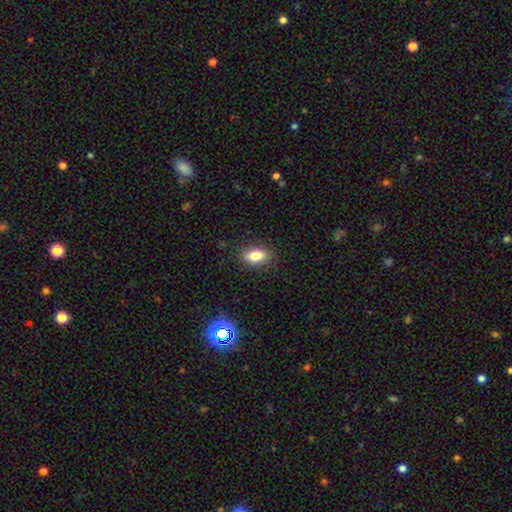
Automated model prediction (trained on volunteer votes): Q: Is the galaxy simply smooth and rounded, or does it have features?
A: smooth — 82%.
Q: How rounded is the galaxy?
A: in between — 86%.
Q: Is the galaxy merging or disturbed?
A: none — 87%.